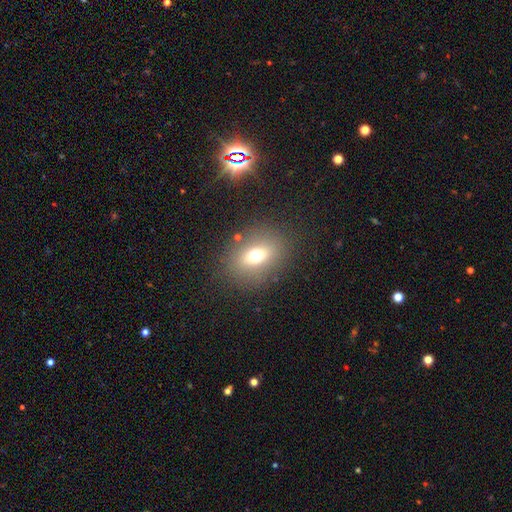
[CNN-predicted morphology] Q: Smooth or featured?
A: smooth (65%); runner-up: featured or disk (20%)
Q: How rounded?
A: in between (58%); runner-up: round (39%)
Q: Merging?
A: none (82%); runner-up: minor disturbance (10%)